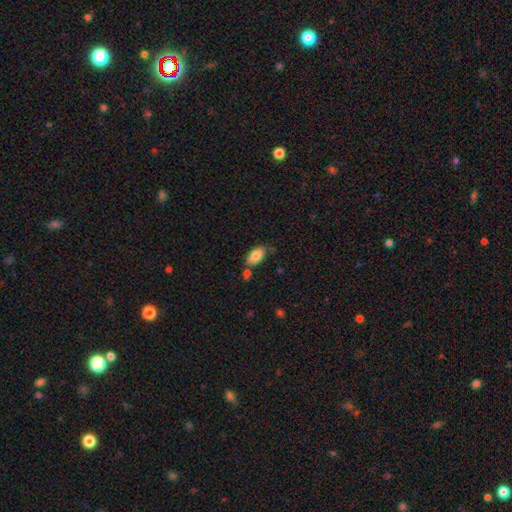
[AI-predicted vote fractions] Smooth or featured? Predicted: smooth (p=0.85). How rounded? Predicted: in between (p=0.93). Merging? Predicted: none (p=0.64).